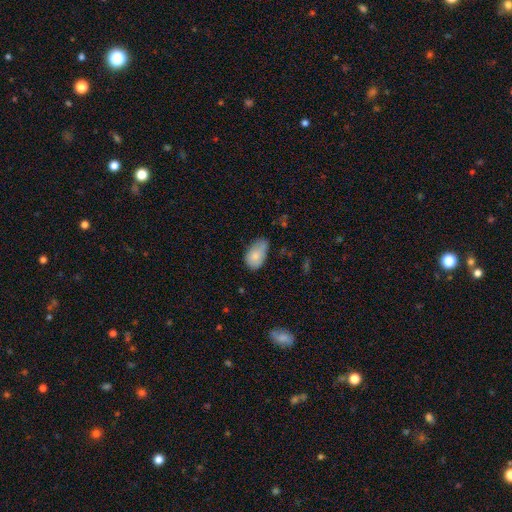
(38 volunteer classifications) A smooth galaxy with no disk features (87%) that is in between round and cigar-shaped (85%). Merging: minor disturbance (55%).